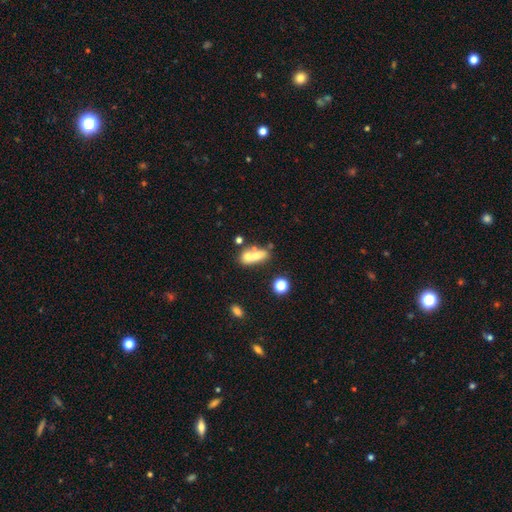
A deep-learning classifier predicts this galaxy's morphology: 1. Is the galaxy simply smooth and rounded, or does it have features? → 63% smooth, 25% featured or disk, 12% star or artifact.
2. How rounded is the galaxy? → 68% in between, 18% round, 14% cigar-shaped.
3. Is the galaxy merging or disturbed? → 52% merger, 30% none, 11% minor disturbance, 7% major disturbance.